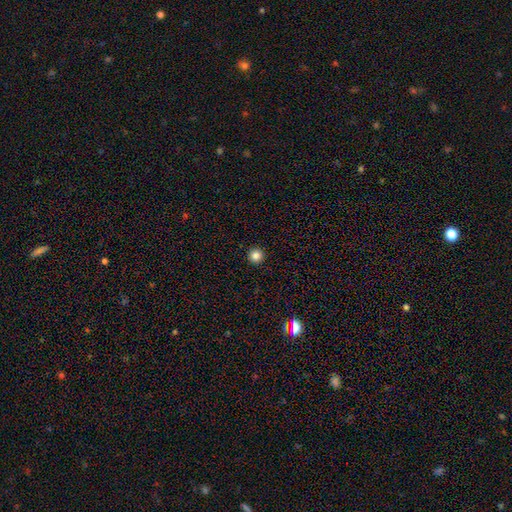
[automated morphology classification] This appears to be a smooth galaxy with no disk features (84%) that is round (97%). Merging: none (94%).